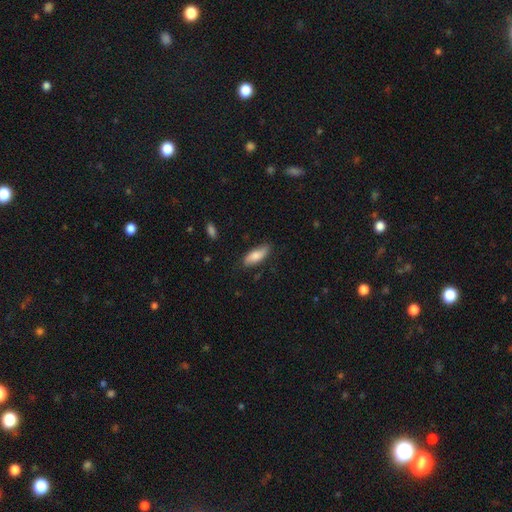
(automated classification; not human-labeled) smooth_or_featured: smooth (p=0.78) [alt: featured or disk p=0.16]
how_rounded: in between (p=0.74) [alt: cigar-shaped p=0.24]
merging: none (p=0.74) [alt: minor disturbance p=0.21]